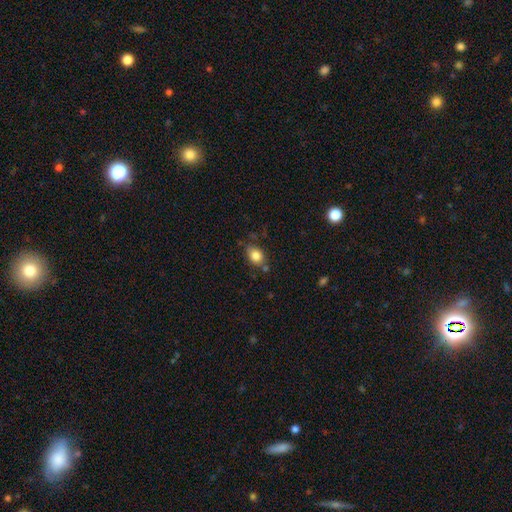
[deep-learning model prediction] smooth 83%, star or artifact 9%, featured or disk 8%. Down the decision tree: how rounded — in between (63%); merging — none (70%).